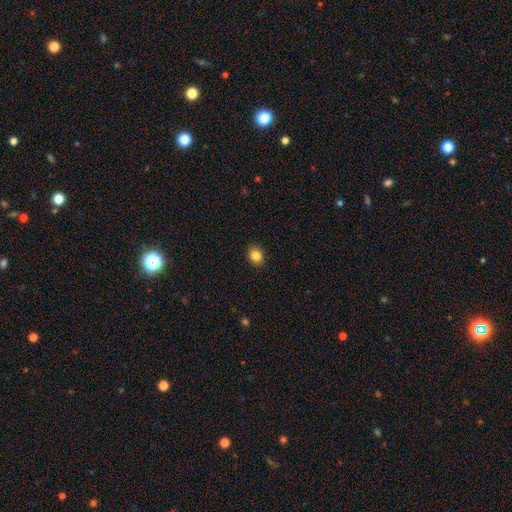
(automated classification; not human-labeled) A smooth galaxy with no disk features (85%) that is round (55%). Merging: none (90%).